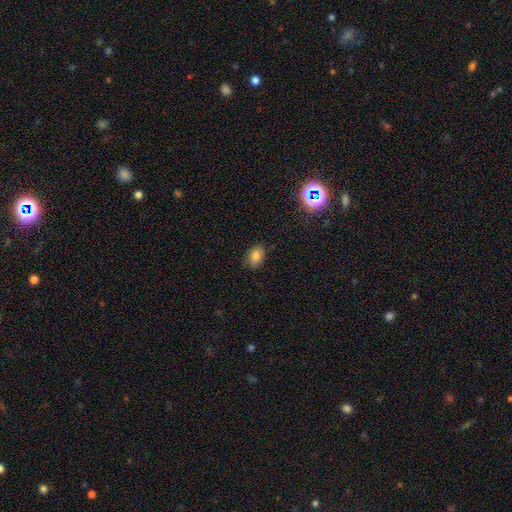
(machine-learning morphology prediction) A smooth galaxy with no disk features (82%) that is in between round and cigar-shaped (84%).

Vote fractions:
- Smooth or featured? smooth: 82% / star or artifact: 11% / featured or disk: 7%
- How rounded? in between: 84% / round: 14% / cigar-shaped: 1%
- Merging? none: 82% / minor disturbance: 14% / major disturbance: 3% / merger: 1%